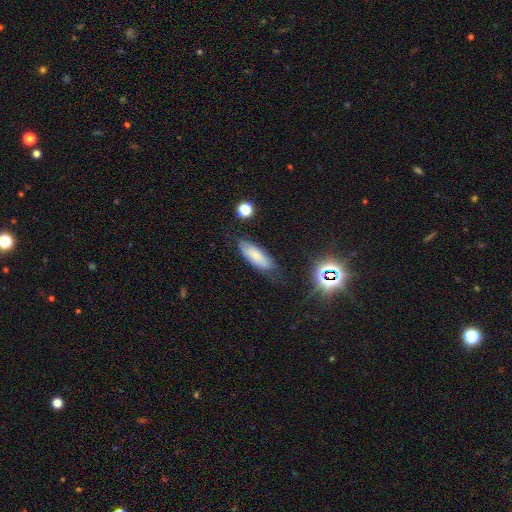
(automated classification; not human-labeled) Overall: smooth (71%). How rounded: in between (66%; cigar-shaped 31%). Merging: none (66%).